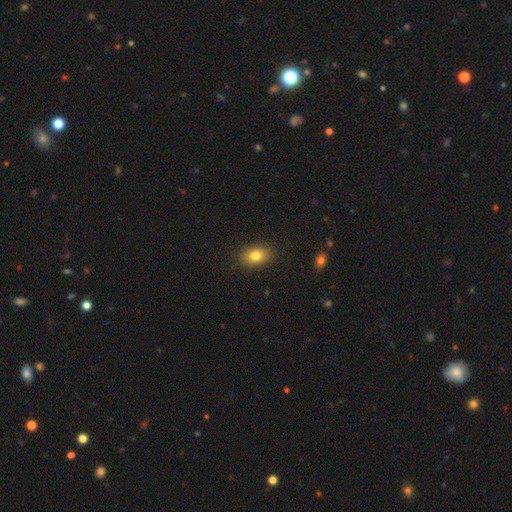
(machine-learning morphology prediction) Overall: smooth (81%). How rounded: in between (81%). Merging: none (87%).